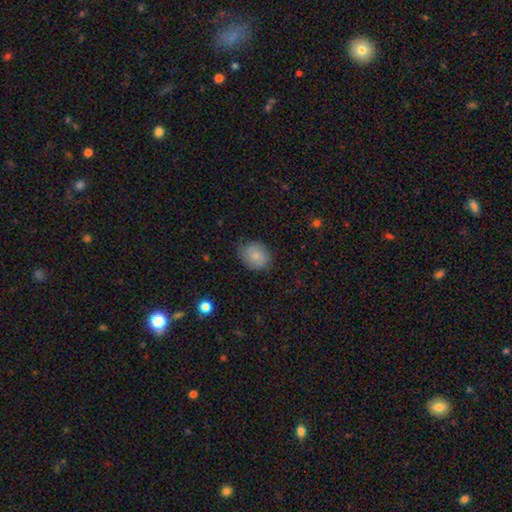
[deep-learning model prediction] This is likely a smooth galaxy (79%). How rounded: possibly round (57%). Merging: likely none (72%).